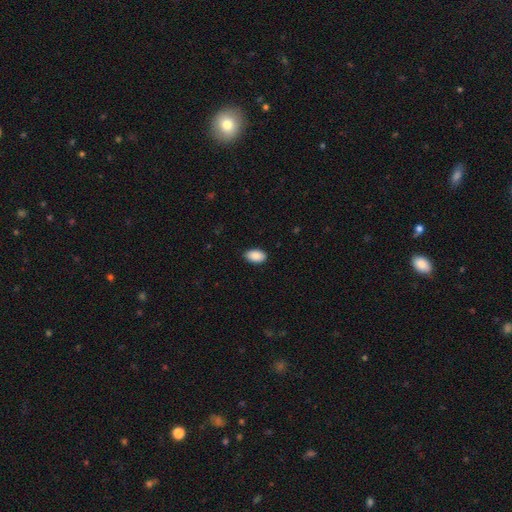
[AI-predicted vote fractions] smooth-or-featured: smooth: 91% | star or artifact: 6% | featured or disk: 3%
  how-rounded: in between: 94% | round: 5% | cigar-shaped: 1%
  merging: none: 89% | minor disturbance: 8% | major disturbance: 2% | merger: 1%